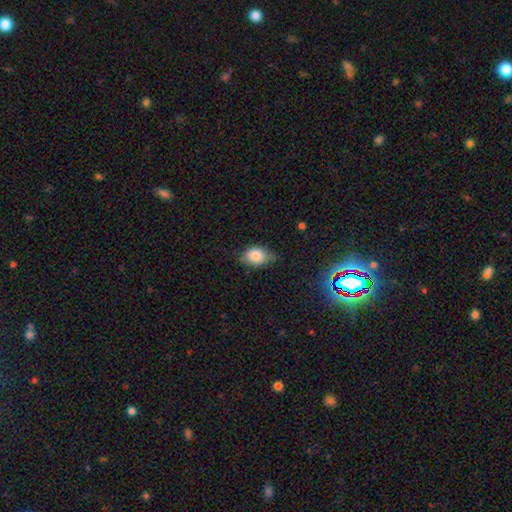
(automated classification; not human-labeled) The model was most divided on "merging": none: 55%, minor disturbance: 36%, major disturbance: 8%, merger: 2%. More confident: smooth or featured — smooth (83%); how rounded — in between (74%).